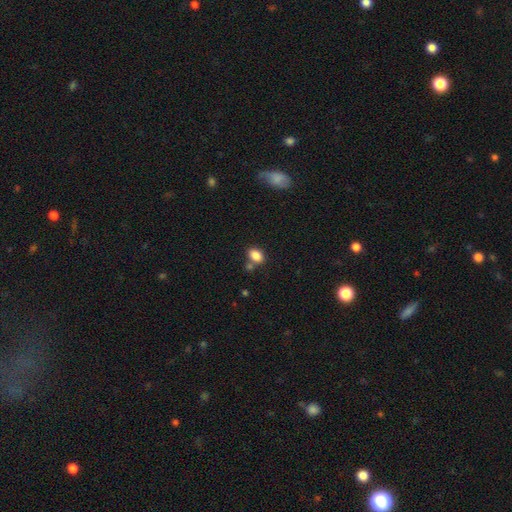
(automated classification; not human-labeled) Smooth or featured? Predicted: smooth (p=0.85). How rounded? Predicted: in between (p=0.79). Merging? Predicted: none (p=0.63).